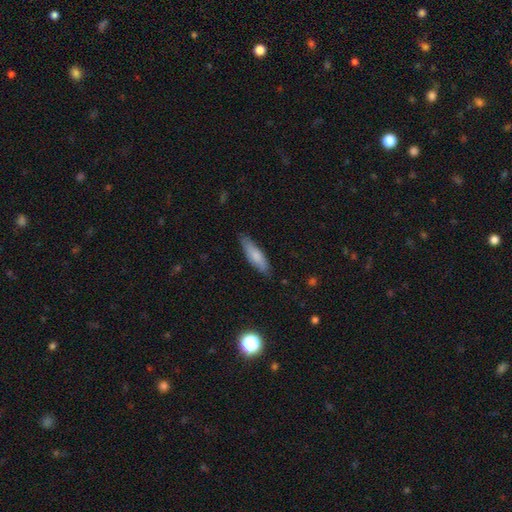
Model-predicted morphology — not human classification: Q: Smooth or featured?
A: smooth (75%); runner-up: featured or disk (19%)
Q: How rounded?
A: cigar-shaped (58%); runner-up: in between (40%)
Q: Merging?
A: none (80%); runner-up: minor disturbance (16%)